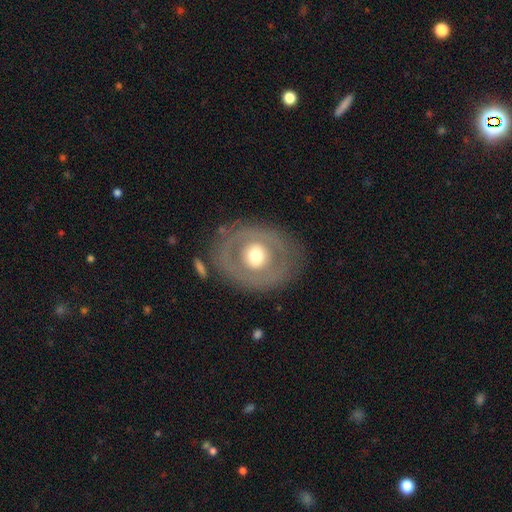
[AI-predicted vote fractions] This is possibly a featured or disk galaxy (53%). It is clearly not viewed edge-on (93%). Merging: likely none (78%).